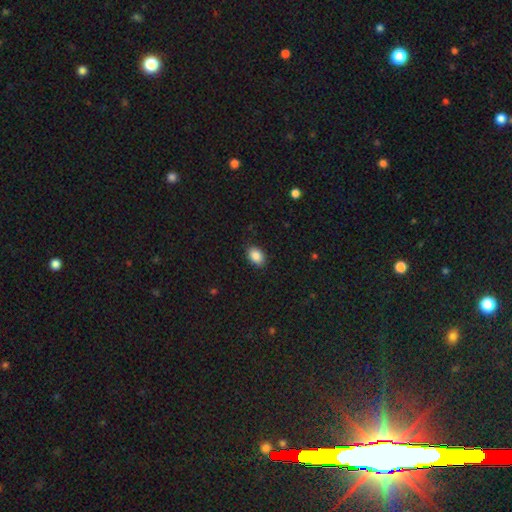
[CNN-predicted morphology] Q: Smooth or featured?
A: smooth (88%); runner-up: star or artifact (8%)
Q: How rounded?
A: in between (83%); runner-up: round (16%)
Q: Merging?
A: none (87%); runner-up: minor disturbance (10%)